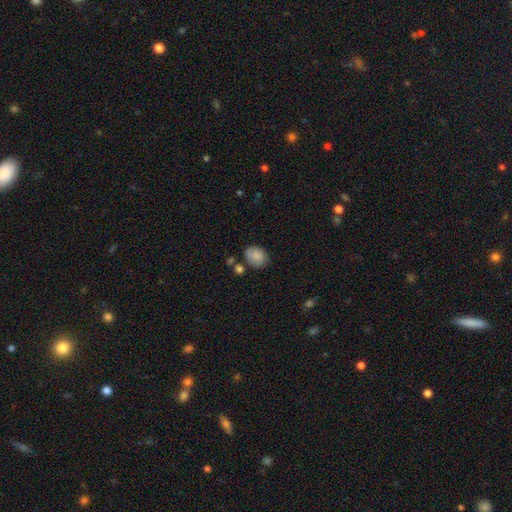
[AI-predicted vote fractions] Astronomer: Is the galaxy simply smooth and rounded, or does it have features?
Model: smooth — 83%.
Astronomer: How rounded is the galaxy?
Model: in between — 63%.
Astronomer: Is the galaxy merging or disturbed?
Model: none — 70%.